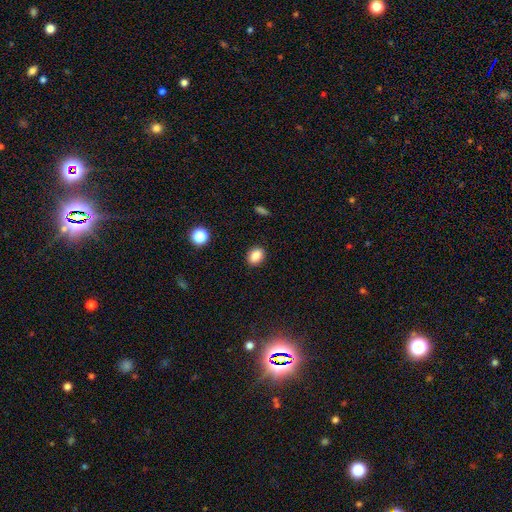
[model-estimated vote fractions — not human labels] smooth 86%, star or artifact 10%, featured or disk 4%. Down the decision tree: how rounded — in between (66%); merging — none (88%).